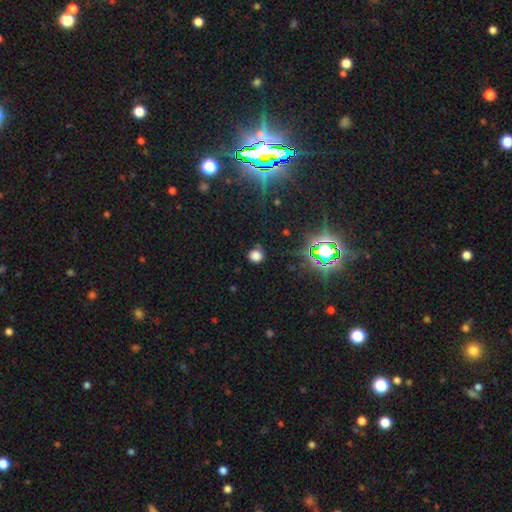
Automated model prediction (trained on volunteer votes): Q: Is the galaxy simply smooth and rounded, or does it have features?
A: smooth — 69%.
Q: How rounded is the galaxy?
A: round — 86%.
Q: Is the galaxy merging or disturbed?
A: none — 81%.